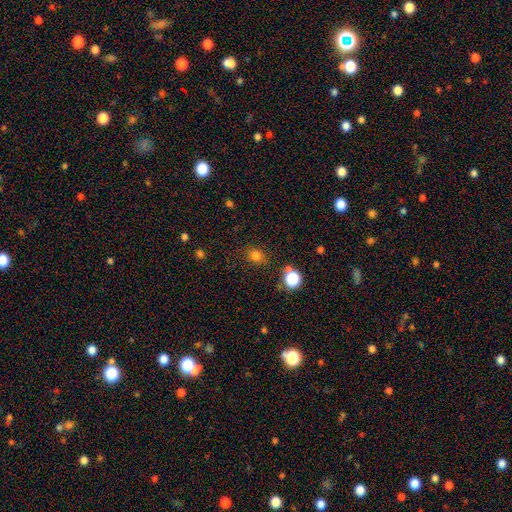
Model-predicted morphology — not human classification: Smooth or featured? Predicted: smooth (p=0.77). How rounded? Predicted: round (p=0.65). Merging? Predicted: none (p=0.77).